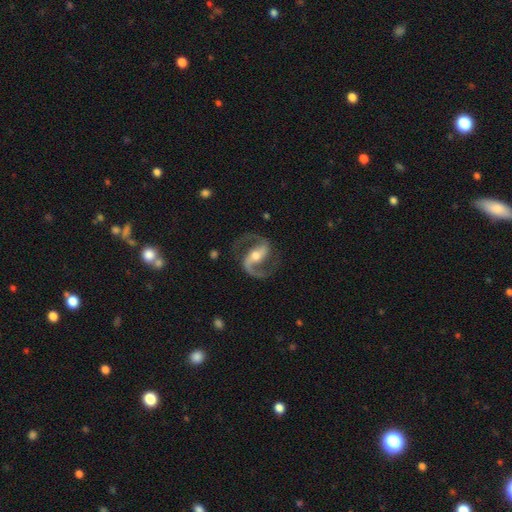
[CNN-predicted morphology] A featured or disk galaxy (92%) with a strong bar (50%), 2 (94%) medium (60%) spiral arms (98%) and a moderate central bulge (63%).

Vote fractions:
- Smooth or featured? featured or disk: 92% / star or artifact: 4% / smooth: 4%
- Edge-on disk? no: 98% / yes: 2%
- Bar? strong: 50% / weak: 34% / no: 16%
- Spiral arms? yes: 98% / no: 2%
- Spiral winding? medium: 60% / loose: 28% / tight: 11%
- Spiral arm count? 2: 94% / 1: 2% / can't tell: 1% / 3: 1% / 4: 1% / more than 4: 1%
- Bulge size? moderate: 63% / small: 28% / large: 6% / none: 2% / dominant: 1%
- Merging? none: 81% / minor disturbance: 11% / major disturbance: 6% / merger: 1%